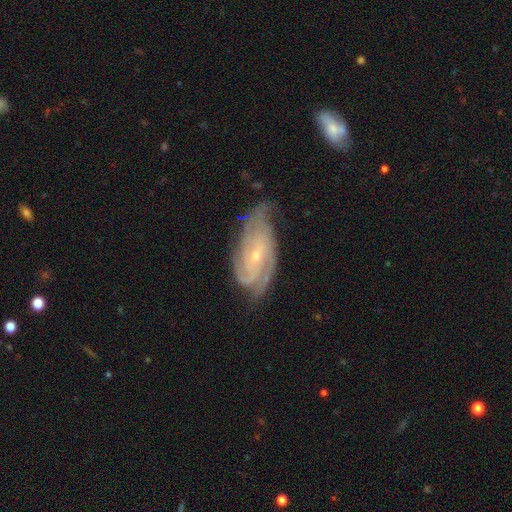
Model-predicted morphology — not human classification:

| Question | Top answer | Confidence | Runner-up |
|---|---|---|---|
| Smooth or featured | featured or disk | 87% | smooth (7%) |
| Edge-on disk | no | 95% | yes (5%) |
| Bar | no | 51% | weak (37%) |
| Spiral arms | yes | 97% | no (3%) |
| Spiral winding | tight | 62% | medium (32%) |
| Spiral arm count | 3 | 29% | 2 (28%) |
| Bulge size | small | 75% | moderate (21%) |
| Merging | none | 68% | minor disturbance (23%) |